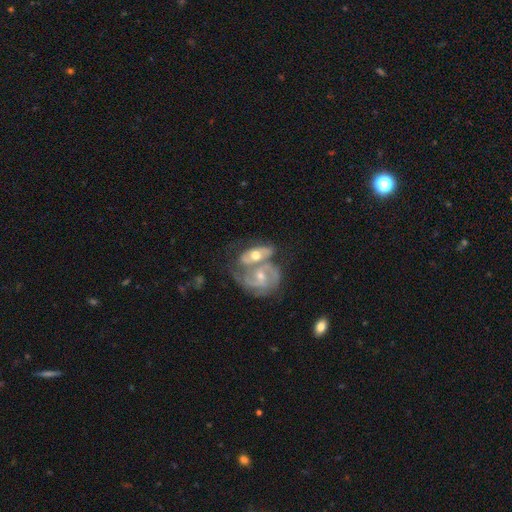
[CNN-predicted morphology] This is likely a featured or disk galaxy (76%). It is clearly not viewed edge-on (95%). Bar: possibly no (59%). Spiral arm pattern: clearly yes (85%). Spiral arm count: possibly 2 (52%). Spiral winding: possibly tight (47%). Central bulge: possibly moderate (54%). Merging: likely merger (61%).